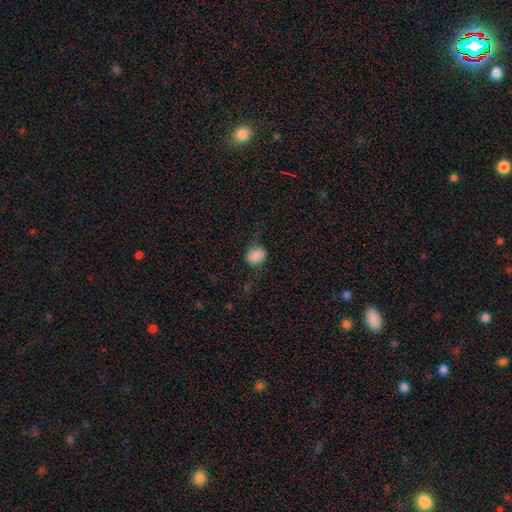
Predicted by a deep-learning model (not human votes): smooth_or_featured: smooth (p=0.80) [alt: featured or disk p=0.10]
how_rounded: in between (p=0.75) [alt: round p=0.24]
merging: none (p=0.56) [alt: minor disturbance p=0.25]